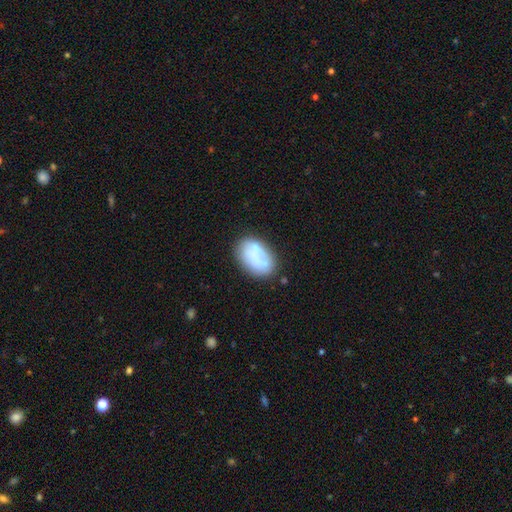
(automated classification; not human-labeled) smooth-or-featured: smooth: 62% | featured or disk: 30% | star or artifact: 8%
  how-rounded: in between: 88% | round: 11% | cigar-shaped: 1%
  merging: none: 53% | minor disturbance: 23% | merger: 15% | major disturbance: 9%